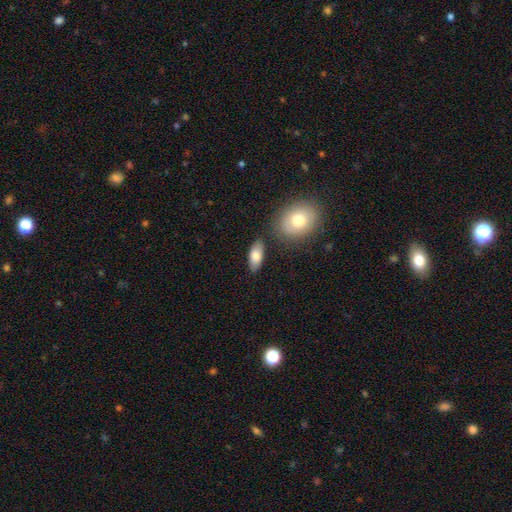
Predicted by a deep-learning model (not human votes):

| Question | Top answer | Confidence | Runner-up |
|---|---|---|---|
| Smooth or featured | smooth | 80% | featured or disk (14%) |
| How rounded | in between | 87% | cigar-shaped (10%) |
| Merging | none | 78% | minor disturbance (12%) |